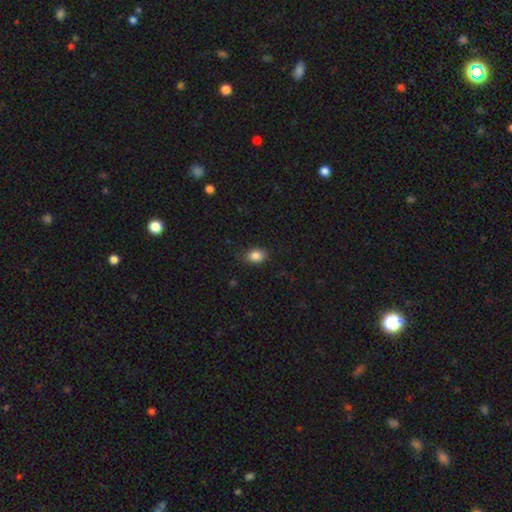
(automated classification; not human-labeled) Overall: smooth (85%). How rounded: in between (69%; round 30%). Merging: none (82%).